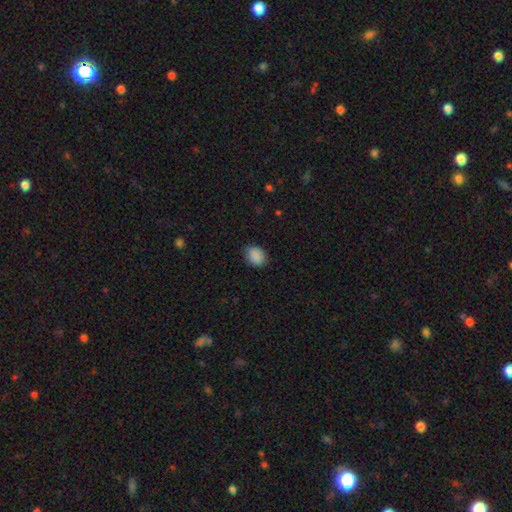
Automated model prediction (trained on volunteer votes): Smooth or featured: smooth — 89% (star or artifact — 8%)
How rounded: in between — 60% (round — 39%)
Merging: none — 83% (minor disturbance — 13%)